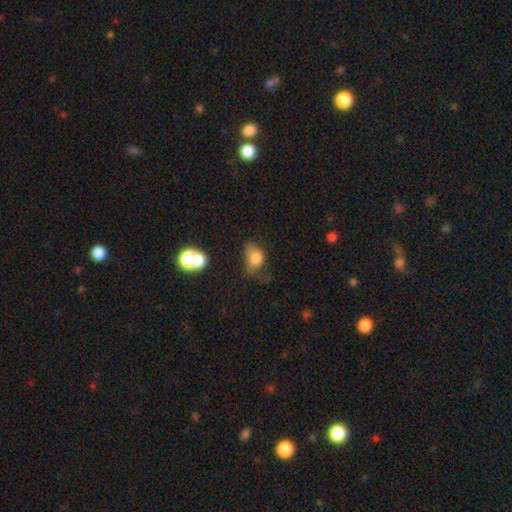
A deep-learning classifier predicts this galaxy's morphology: The model was most divided on "merging": minor disturbance: 35%, none: 31%, major disturbance: 27%, merger: 8%. More confident: smooth or featured — smooth (71%); how rounded — in between (66%).